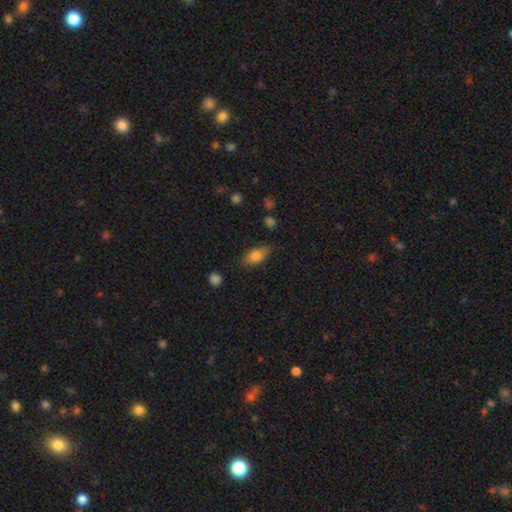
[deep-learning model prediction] A smooth galaxy with no disk features (72%) that is in between round and cigar-shaped (82%).

Vote fractions:
- Smooth or featured? smooth: 72% / featured or disk: 19% / star or artifact: 9%
- How rounded? in between: 82% / cigar-shaped: 9% / round: 8%
- Merging? none: 71% / minor disturbance: 22% / major disturbance: 6% / merger: 2%